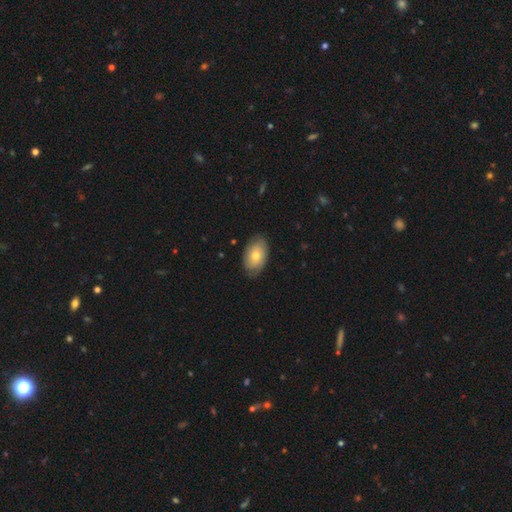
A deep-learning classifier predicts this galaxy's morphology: Smooth or featured: smooth — 64% (featured or disk — 29%)
How rounded: in between — 91% (round — 7%)
Merging: none — 81% (minor disturbance — 15%)